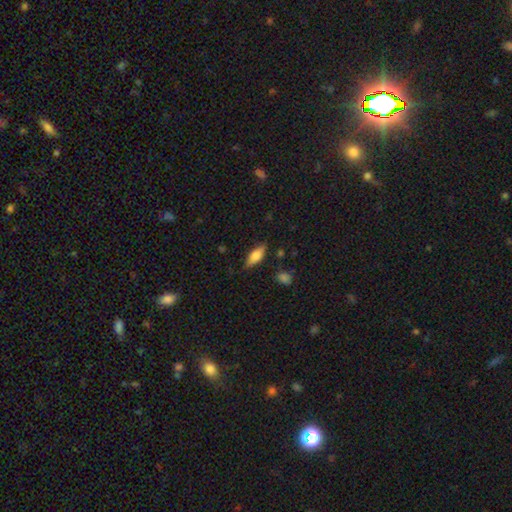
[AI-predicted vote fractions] Smooth or featured? smooth (68%)
How rounded? in between (71%)
Merging? none (80%)